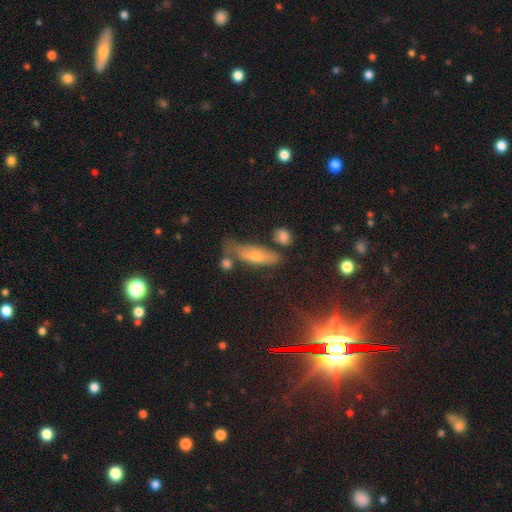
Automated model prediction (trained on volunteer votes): smooth_or_featured: smooth (p=0.49) [alt: featured or disk p=0.33]
merging: none (p=0.58) [alt: minor disturbance p=0.23]